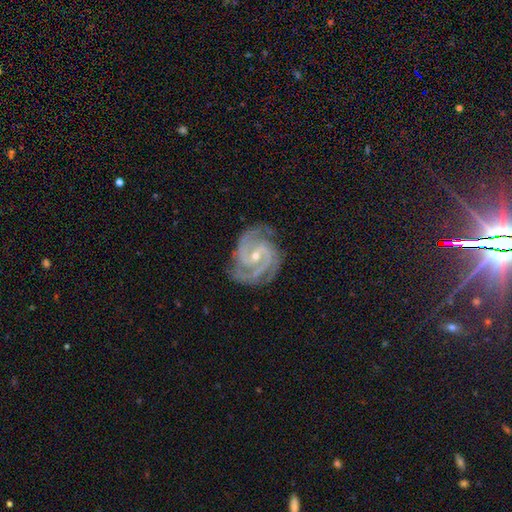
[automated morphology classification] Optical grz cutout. It shows a featured or disk galaxy (93%) with a weak bar (43%), 2 (49%) tight (56%) spiral arms (99%) and a small central bulge (65%). Merging: none (78%).